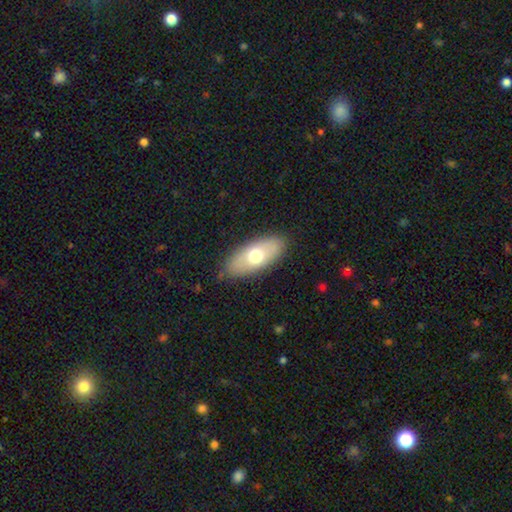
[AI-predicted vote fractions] smooth 64%, featured or disk 30%, star or artifact 6%. Down the decision tree: how rounded — in between (85%); merging — none (84%).